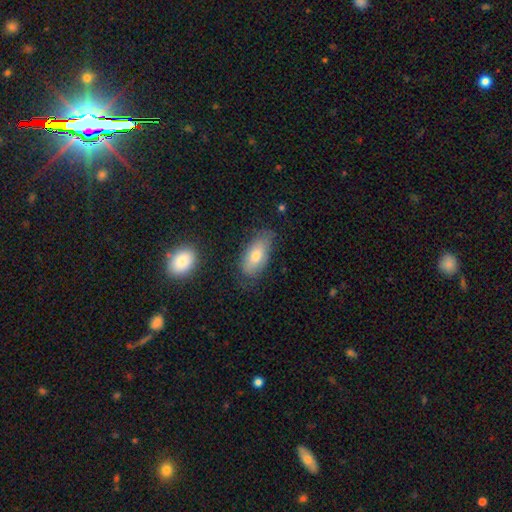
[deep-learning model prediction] The model was most divided on "merging": none: 68%, minor disturbance: 23%, major disturbance: 6%, merger: 3%. More confident: how rounded — in between (89%); smooth or featured — smooth (75%).